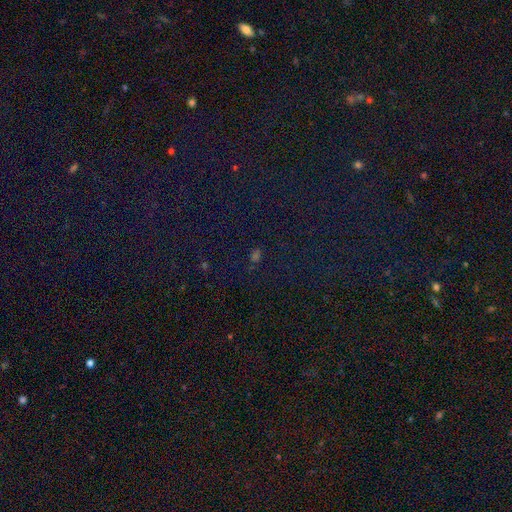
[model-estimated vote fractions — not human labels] A star or artifact, not a galaxy (64%).